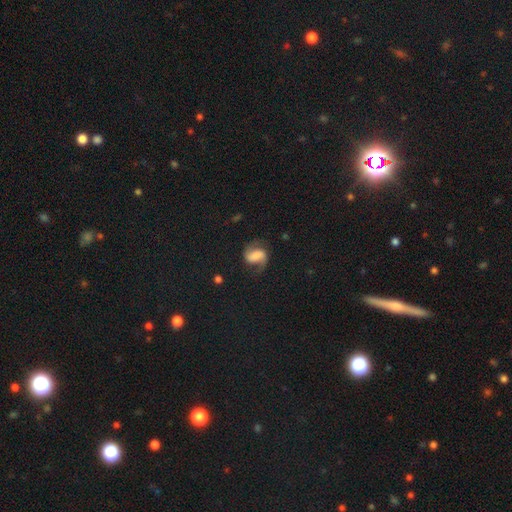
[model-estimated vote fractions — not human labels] Smooth or featured? Predicted: featured or disk (p=0.72). Edge-on disk? Predicted: no (p=0.98). Bar? Predicted: weak (p=0.37). Spiral arms? Predicted: yes (p=0.95). Spiral winding? Predicted: medium (p=0.45). Spiral arm count? Predicted: 2 (p=0.91). Bulge size? Predicted: large (p=0.29). Merging? Predicted: none (p=0.70).